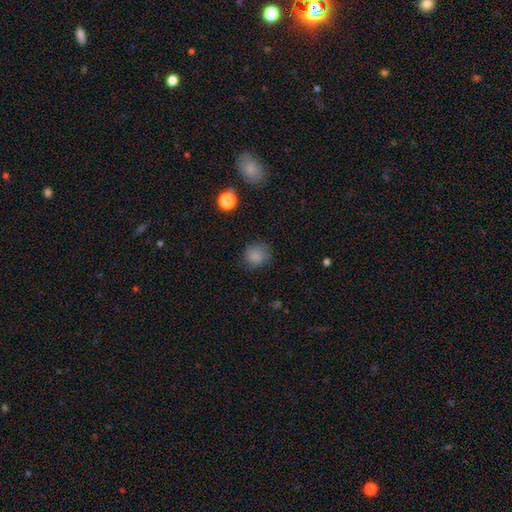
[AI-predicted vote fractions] Morphology: type=smooth (82%); roundness=round (79%); merging=none (72%).